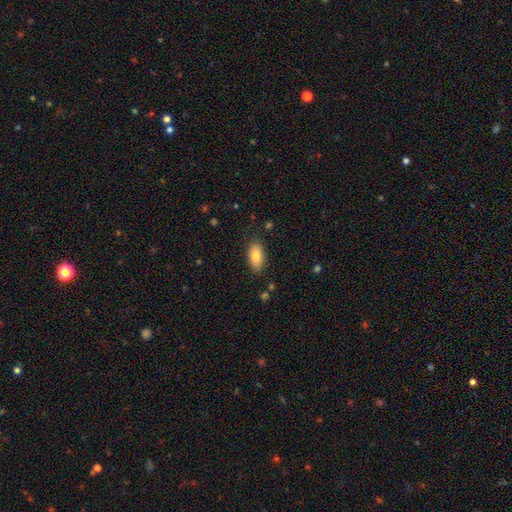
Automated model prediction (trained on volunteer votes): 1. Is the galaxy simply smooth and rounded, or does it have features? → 81% smooth, 12% featured or disk, 7% star or artifact.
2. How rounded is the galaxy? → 91% in between, 6% cigar-shaped, 3% round.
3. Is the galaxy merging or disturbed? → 84% none, 12% minor disturbance, 3% major disturbance, 1% merger.